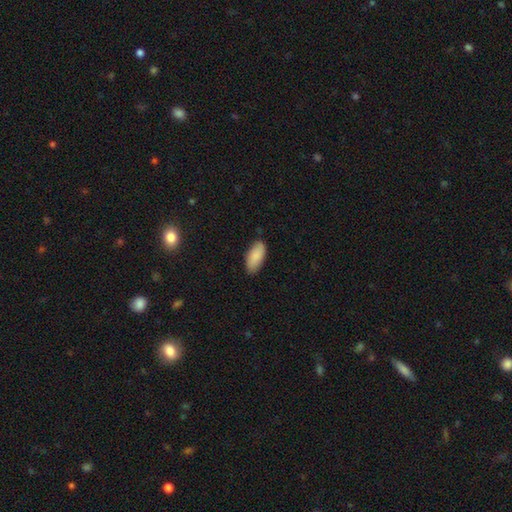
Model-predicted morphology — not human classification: Smooth or featured? smooth (88%)
How rounded? in between (90%)
Merging? none (84%)